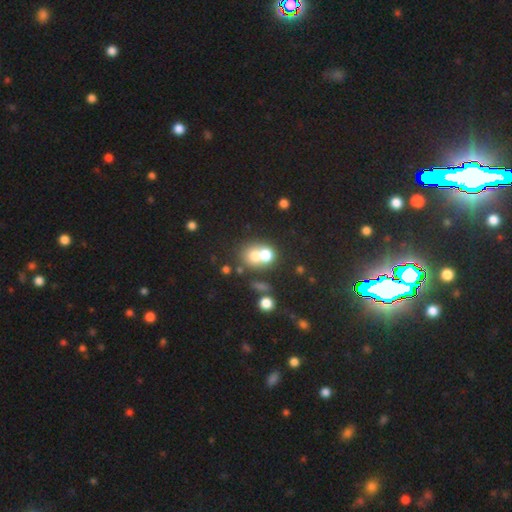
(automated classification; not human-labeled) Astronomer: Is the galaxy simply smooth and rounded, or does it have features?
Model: smooth — 67%.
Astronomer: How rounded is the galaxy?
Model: round — 72%.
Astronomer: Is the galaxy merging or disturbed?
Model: merger — 54% (runner-up: none, 34%).